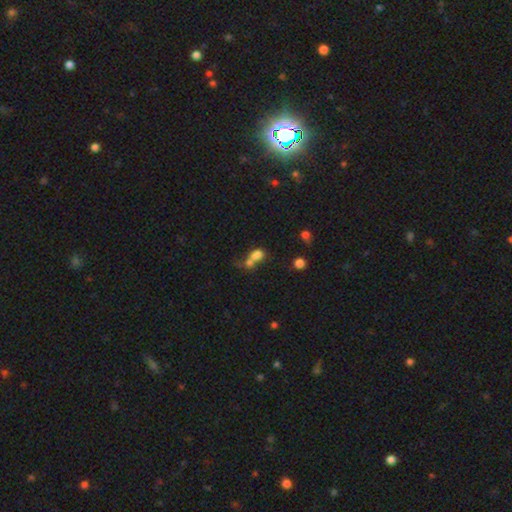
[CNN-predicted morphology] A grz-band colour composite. It shows a smooth galaxy with no disk features (66%) that is in between round and cigar-shaped (54%). Merging: merger (62%).